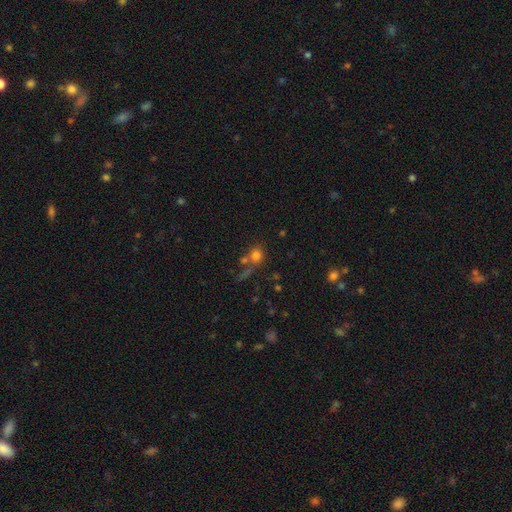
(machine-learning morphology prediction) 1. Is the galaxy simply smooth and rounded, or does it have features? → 74% smooth, 15% star or artifact, 10% featured or disk.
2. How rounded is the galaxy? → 77% round, 21% in between, 2% cigar-shaped.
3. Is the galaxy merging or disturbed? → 51% none, 31% merger, 10% minor disturbance, 8% major disturbance.